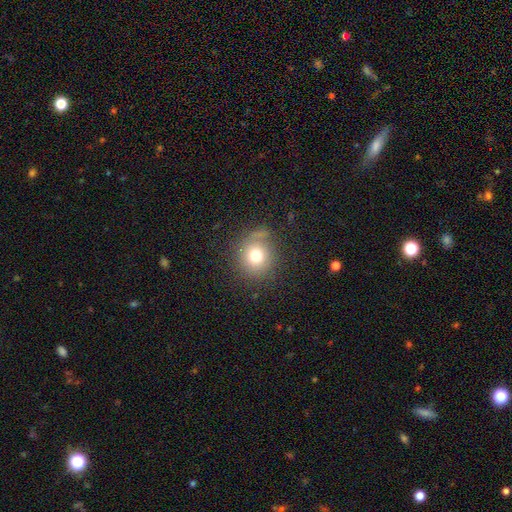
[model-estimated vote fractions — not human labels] Smooth or featured: smooth — 74% (star or artifact — 13%)
How rounded: round — 86% (in between — 13%)
Merging: none — 75% (minor disturbance — 14%)